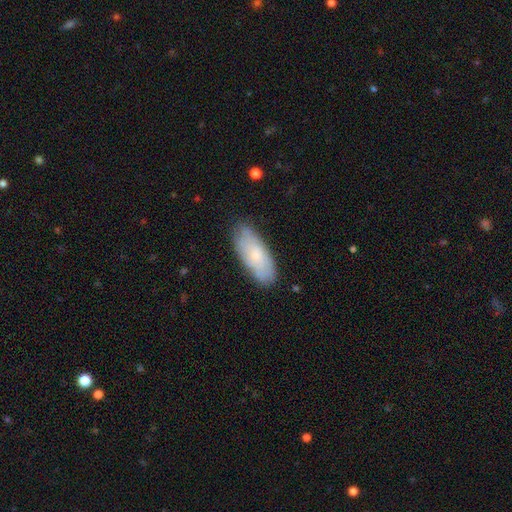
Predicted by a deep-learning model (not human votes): Morphology: type=smooth (64%); roundness=in between (81%); merging=none (77%).